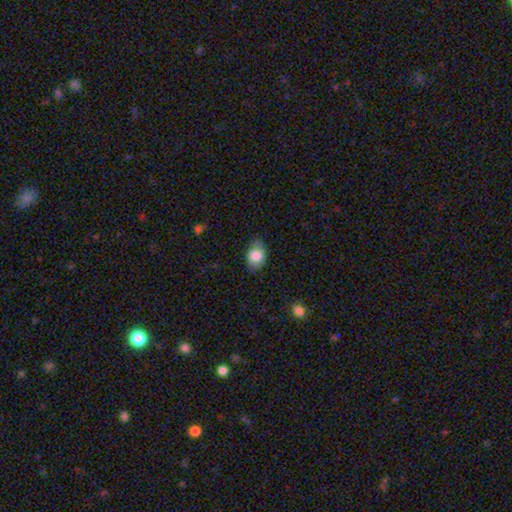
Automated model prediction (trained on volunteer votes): The model was most divided on "merging": none: 72%, minor disturbance: 22%, major disturbance: 5%, merger: 1%. More confident: smooth or featured — smooth (81%); how rounded — in between (78%).